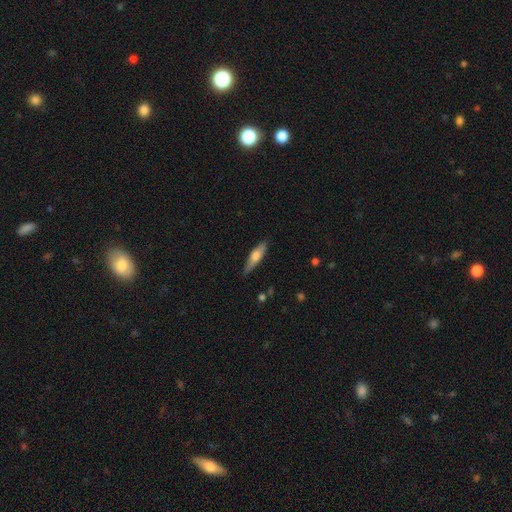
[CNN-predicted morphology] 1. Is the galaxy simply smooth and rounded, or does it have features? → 54% smooth, 40% featured or disk, 6% star or artifact.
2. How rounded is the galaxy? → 66% cigar-shaped, 32% in between, 2% round.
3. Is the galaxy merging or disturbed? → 80% none, 16% minor disturbance, 3% major disturbance, 1% merger.